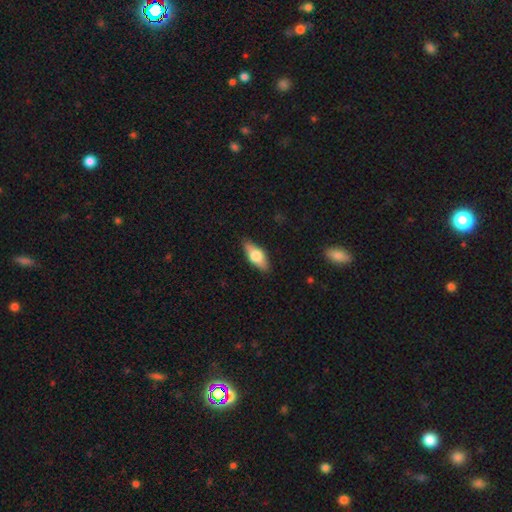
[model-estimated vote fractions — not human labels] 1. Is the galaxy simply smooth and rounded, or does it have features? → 63% smooth, 31% featured or disk, 6% star or artifact.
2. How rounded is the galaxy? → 77% in between, 20% cigar-shaped, 3% round.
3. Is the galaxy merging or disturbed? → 85% none, 11% minor disturbance, 2% major disturbance, 1% merger.